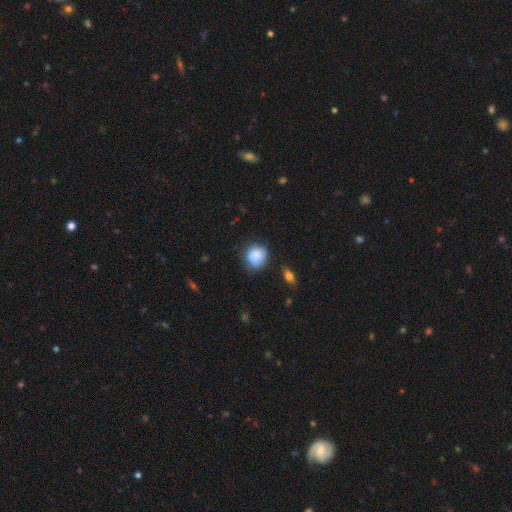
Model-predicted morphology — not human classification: smooth_or_featured: smooth (p=0.85) [alt: star or artifact p=0.08]
how_rounded: round (p=0.78) [alt: in between p=0.21]
merging: none (p=0.65) [alt: minor disturbance p=0.26]